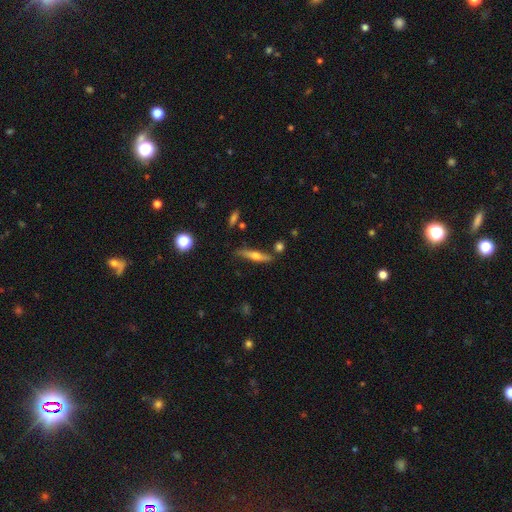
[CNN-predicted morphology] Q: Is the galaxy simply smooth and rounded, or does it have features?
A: featured or disk — 52%.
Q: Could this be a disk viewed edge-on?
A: yes — 93%.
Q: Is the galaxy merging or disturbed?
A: none — 77%.